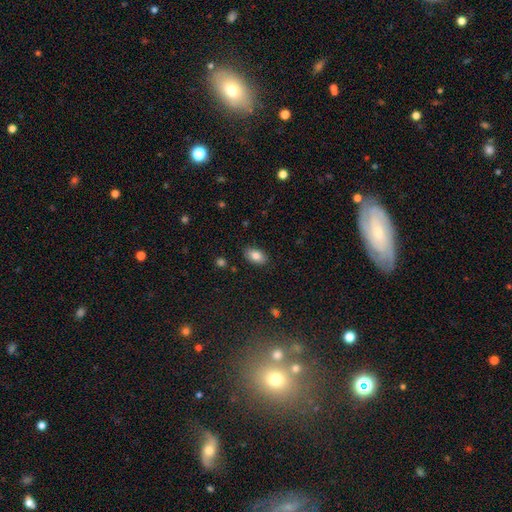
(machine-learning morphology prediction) Smooth or featured? Predicted: smooth (p=0.84). How rounded? Predicted: in between (p=0.91). Merging? Predicted: none (p=0.86).